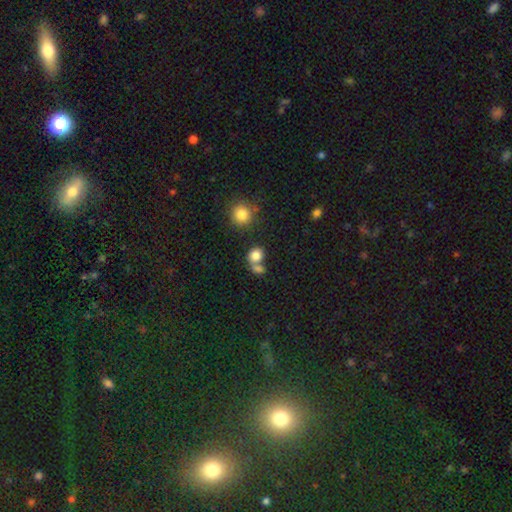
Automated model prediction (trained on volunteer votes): A smooth galaxy with no disk features (81%) that is round (65%). Merging: merger (46%).